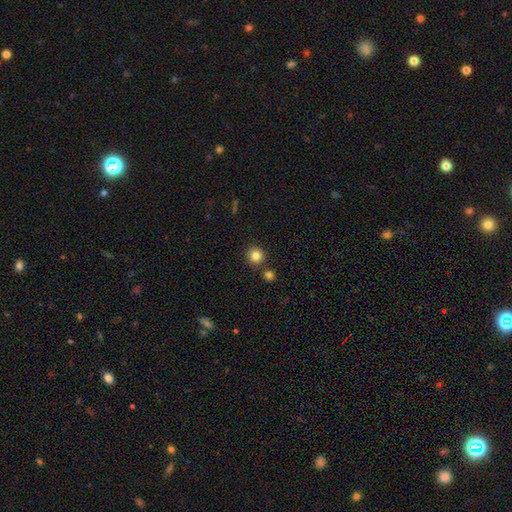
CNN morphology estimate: A smooth galaxy with no disk features (84%) that is round (94%).

Vote fractions:
- Smooth or featured? smooth: 84% / star or artifact: 11% / featured or disk: 5%
- How rounded? round: 94% / in between: 5% / cigar-shaped: 1%
- Merging? none: 84% / merger: 8% / minor disturbance: 6% / major disturbance: 2%